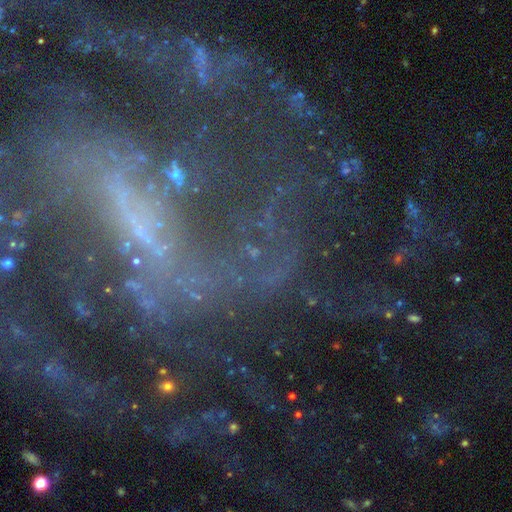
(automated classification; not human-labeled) Overall: featured or disk (75%). Edge-on disk: no (96%). Bar: strong (44%; weak 34%). Spiral arms: yes (87%). Spiral arm count: 2 (52%; can't tell 19%). Spiral winding: loose (40%, tied with medium). Bulge size: small (44%; none 37%). Merging: none (53%; major disturbance 27%).